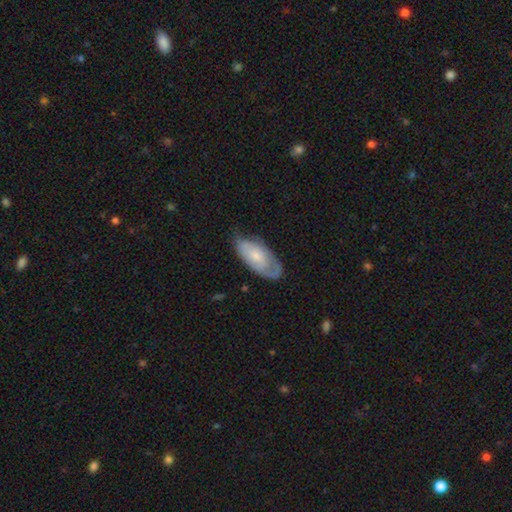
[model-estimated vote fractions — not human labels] This appears to be a smooth galaxy with no disk features (50%). Merging: none (55%).